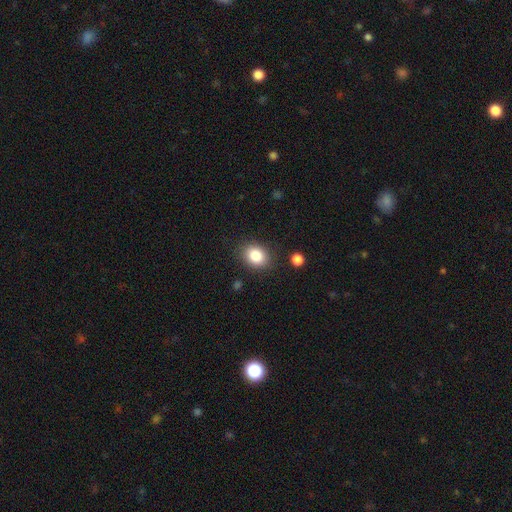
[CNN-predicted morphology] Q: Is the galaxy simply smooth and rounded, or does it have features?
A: smooth — 84%.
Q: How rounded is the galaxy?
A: in between — 54%.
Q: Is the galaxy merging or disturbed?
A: none — 85%.